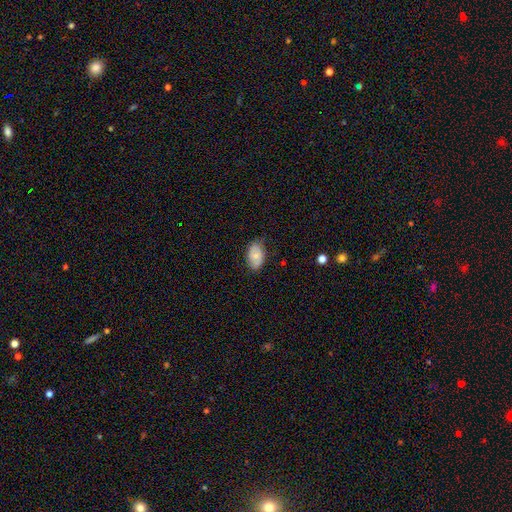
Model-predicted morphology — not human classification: smooth 66%, featured or disk 27%, star or artifact 7%. Down the decision tree: how rounded — in between (91%); merging — none (76%).